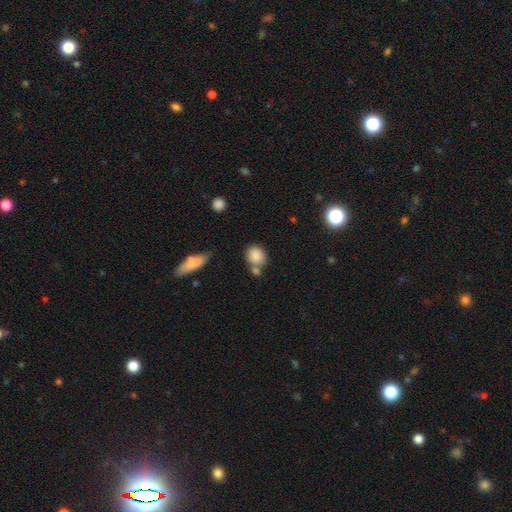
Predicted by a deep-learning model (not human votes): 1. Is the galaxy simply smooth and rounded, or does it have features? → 85% smooth, 9% star or artifact, 7% featured or disk.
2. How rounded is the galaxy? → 62% round, 36% in between, 2% cigar-shaped.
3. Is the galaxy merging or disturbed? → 57% none, 25% merger, 14% minor disturbance, 5% major disturbance.